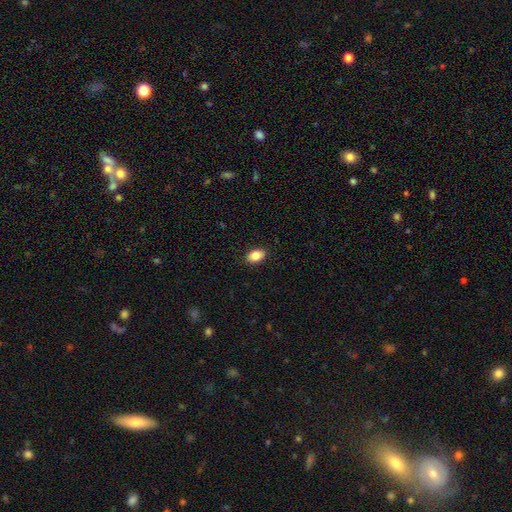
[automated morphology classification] smooth-or-featured: smooth: 86% | star or artifact: 8% | featured or disk: 6%
  how-rounded: in between: 87% | round: 11% | cigar-shaped: 1%
  merging: none: 89% | minor disturbance: 8% | major disturbance: 2% | merger: 1%